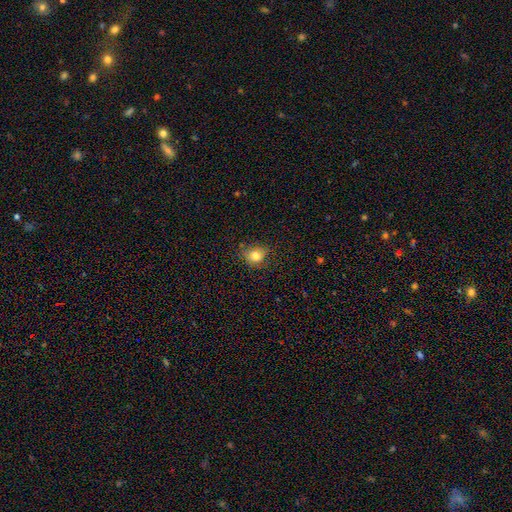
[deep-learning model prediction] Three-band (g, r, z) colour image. It shows a smooth galaxy with no disk features (79%) that is round (65%). Merging: none (76%).